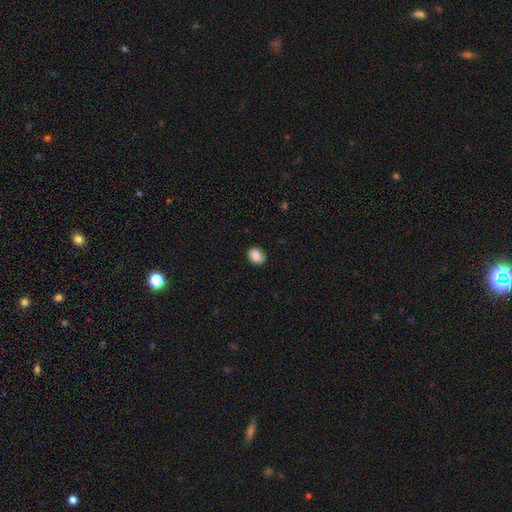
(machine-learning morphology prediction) This appears to be a smooth galaxy with no disk features (80%) that is round (58%). Merging: none (79%).